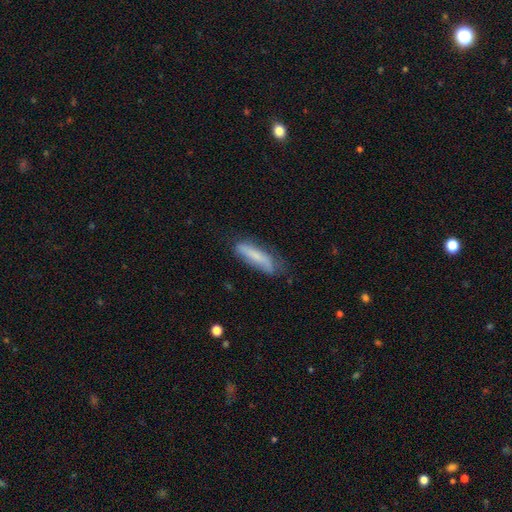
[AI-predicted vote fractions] A smooth galaxy with no disk features (68%) that is cigar-shaped (71%).

Vote fractions:
- Smooth or featured? smooth: 68% / featured or disk: 24% / star or artifact: 8%
- How rounded? cigar-shaped: 71% / in between: 28% / round: 2%
- Merging? none: 62% / minor disturbance: 27% / major disturbance: 9% / merger: 2%